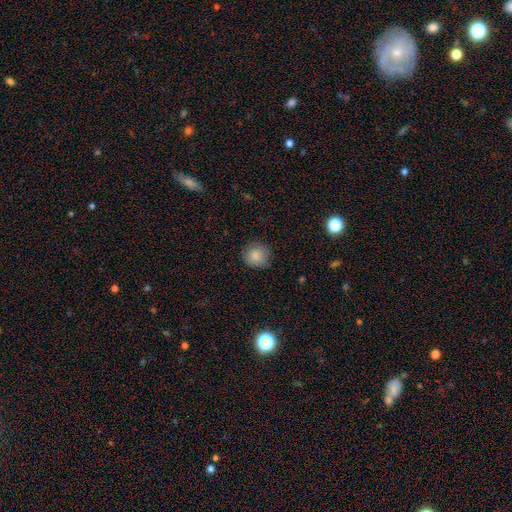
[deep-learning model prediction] Smooth or featured: smooth — 85% (star or artifact — 9%)
How rounded: round — 92% (in between — 7%)
Merging: none — 85% (minor disturbance — 11%)